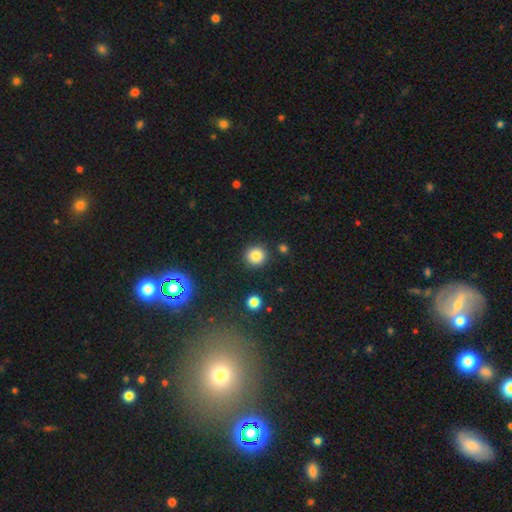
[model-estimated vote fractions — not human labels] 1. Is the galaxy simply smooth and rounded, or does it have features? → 83% smooth, 11% star or artifact, 6% featured or disk.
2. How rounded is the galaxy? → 91% round, 8% in between, 1% cigar-shaped.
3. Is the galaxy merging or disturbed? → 88% none, 7% minor disturbance, 3% merger, 2% major disturbance.